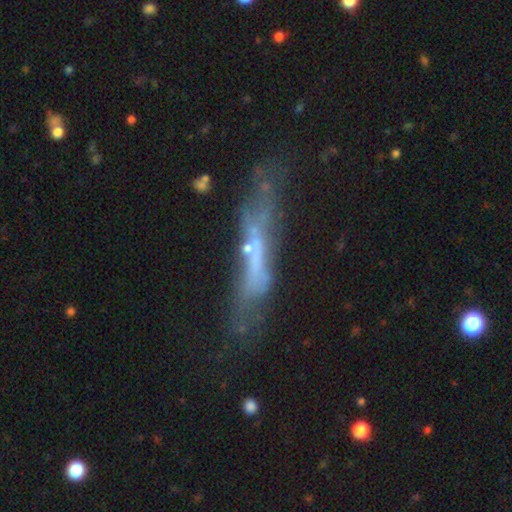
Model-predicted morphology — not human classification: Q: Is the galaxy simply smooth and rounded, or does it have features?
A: featured or disk — 55%.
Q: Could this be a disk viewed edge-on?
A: yes — 56%.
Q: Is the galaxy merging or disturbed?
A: none — 48%.